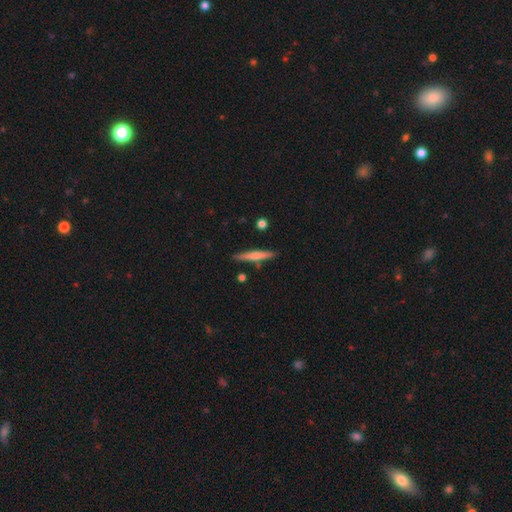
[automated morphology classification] This is possibly a smooth galaxy (55%). How rounded: clearly cigar-shaped (94%). Merging: clearly none (87%).